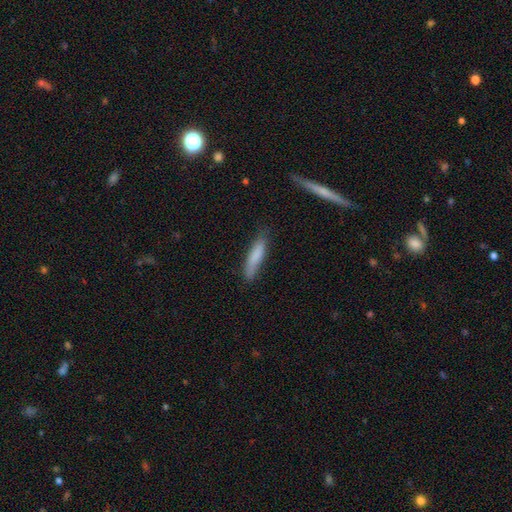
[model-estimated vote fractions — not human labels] A smooth galaxy with no disk features (80%) that is cigar-shaped (82%). Merging: none (77%).